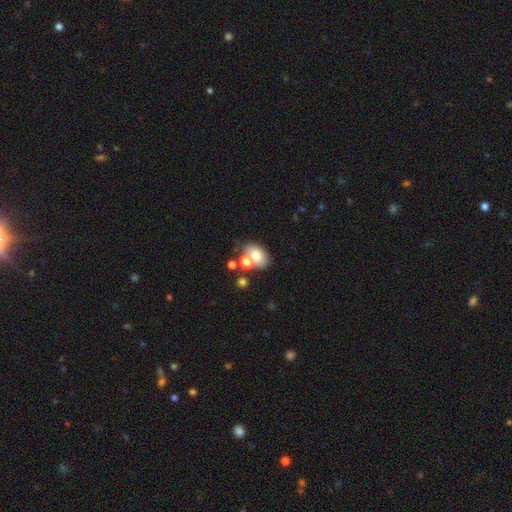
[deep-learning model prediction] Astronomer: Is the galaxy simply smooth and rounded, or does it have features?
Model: smooth — 72%.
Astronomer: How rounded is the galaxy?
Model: in between — 73%.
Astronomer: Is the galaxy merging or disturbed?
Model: none — 49% (runner-up: merger, 33%).